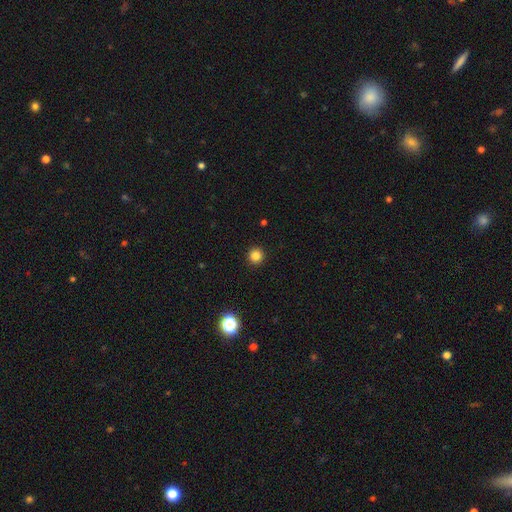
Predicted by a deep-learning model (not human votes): A smooth galaxy with no disk features (83%) that is round (96%). Merging: none (93%).